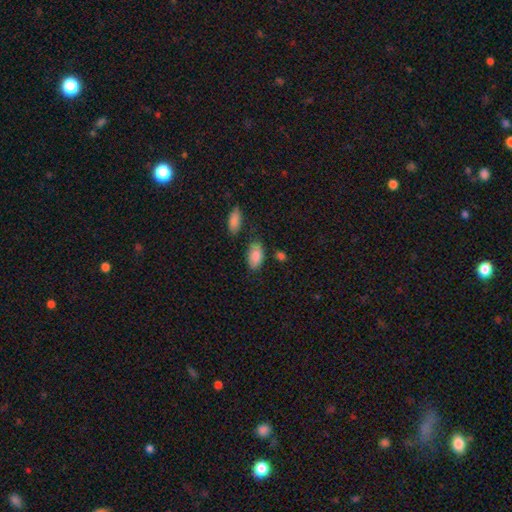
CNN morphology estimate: The model was most divided on "merging": none: 73%, minor disturbance: 18%, merger: 5%, major disturbance: 4%. More confident: how rounded — in between (94%); smooth or featured — smooth (87%).